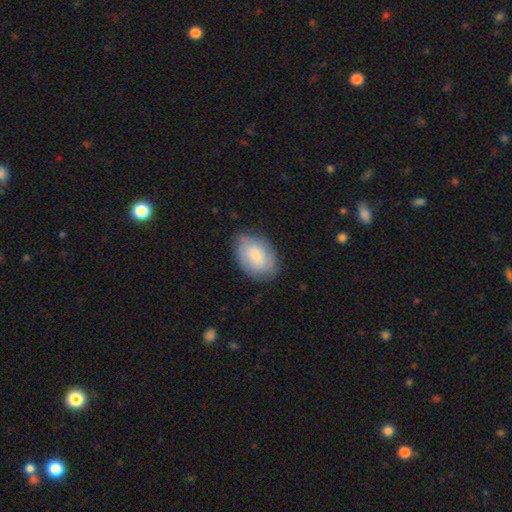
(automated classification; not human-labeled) smooth 70%, featured or disk 23%, star or artifact 7%. Down the decision tree: how rounded — in between (83%); merging — none (76%).